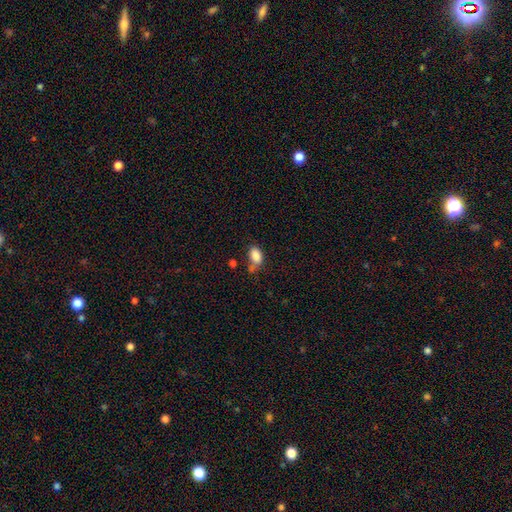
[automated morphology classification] This is clearly a smooth galaxy (85%). How rounded: clearly in between (89%). Merging: possibly none (48%).